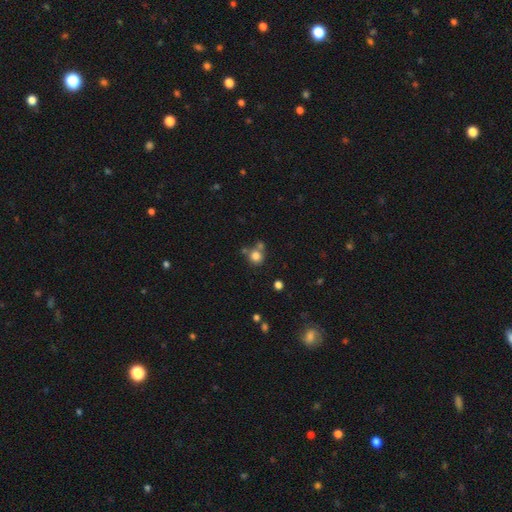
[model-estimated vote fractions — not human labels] Overall: smooth (80%). How rounded: round (89%). Merging: none (62%; merger 23%).